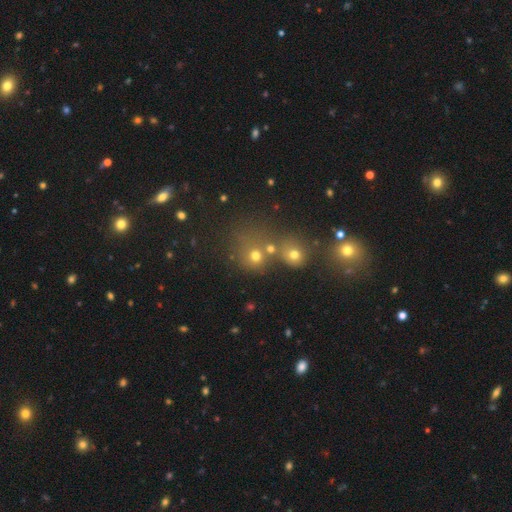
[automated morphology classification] Smooth or featured? Predicted: smooth (p=0.65). How rounded? Predicted: round (p=0.82). Merging? Predicted: none (p=0.50).